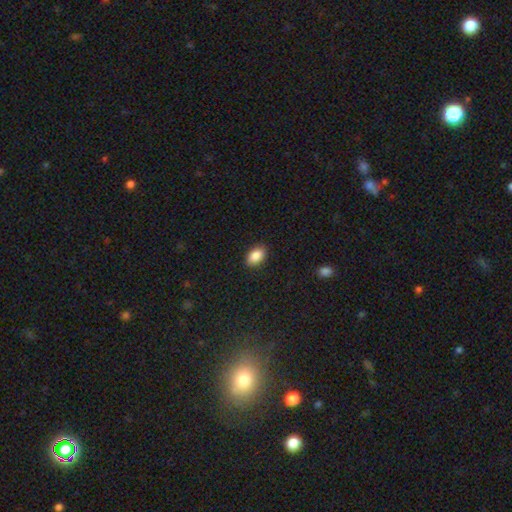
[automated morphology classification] type=smooth (87%); roundness=in between (90%); merging=none (89%).